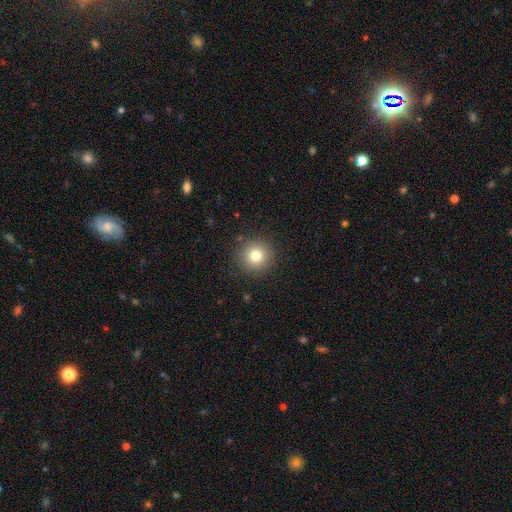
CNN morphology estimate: The model was most divided on "smooth or featured": smooth: 78%, star or artifact: 13%, featured or disk: 8%. More confident: how rounded — round (95%); merging — none (90%).